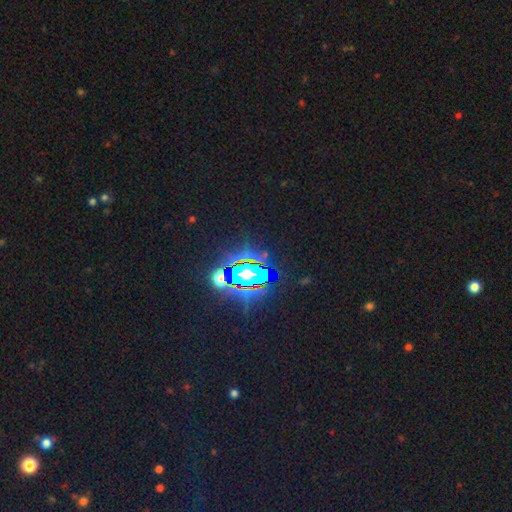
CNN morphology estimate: A star or artifact, not a galaxy (84%).

Vote fractions:
- Smooth or featured? star or artifact: 84% / smooth: 9% / featured or disk: 7%